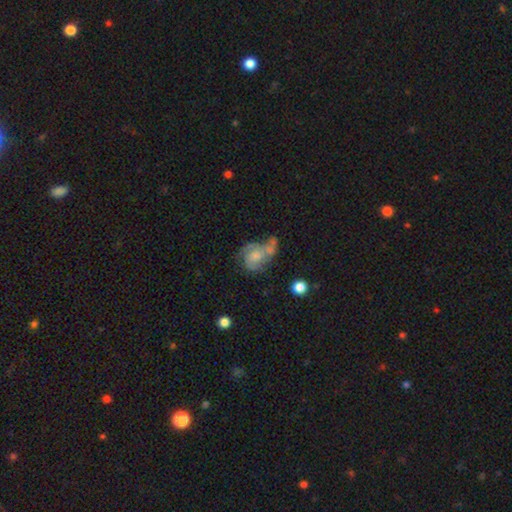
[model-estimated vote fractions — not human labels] featured or disk 55%, smooth 37%, star or artifact 9%. Down the decision tree: edge-on disk — no (97%); bar — no (75%); spiral arms — yes (71%); bulge size — moderate (37%); merging — merger (31%).